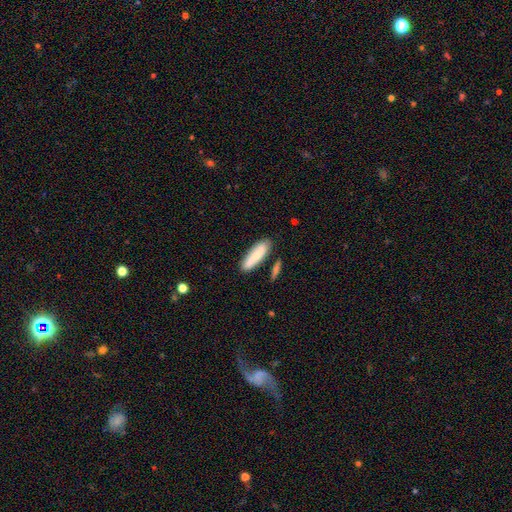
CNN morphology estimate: Smooth or featured? smooth (71%)
How rounded? cigar-shaped (56%)
Merging? none (75%)